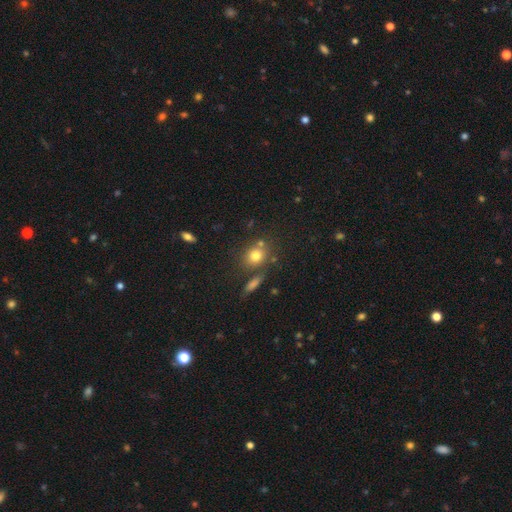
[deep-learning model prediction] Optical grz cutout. It shows a smooth galaxy with no disk features (76%) that is round (68%). Merging: none (66%).